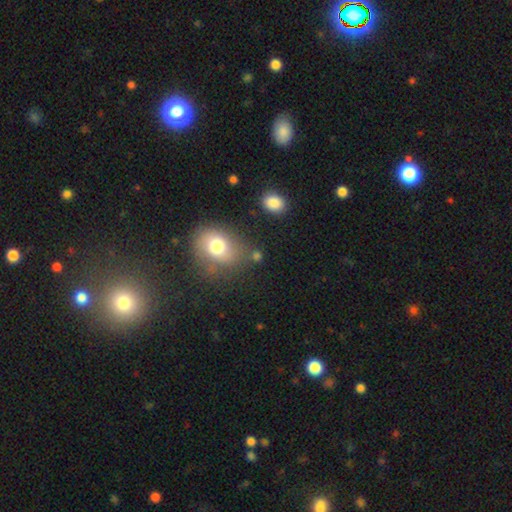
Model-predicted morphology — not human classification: smooth-or-featured: smooth: 71% | star or artifact: 16% | featured or disk: 13%
  how-rounded: round: 54% | in between: 44% | cigar-shaped: 2%
  merging: none: 62% | minor disturbance: 19% | merger: 10% | major disturbance: 9%